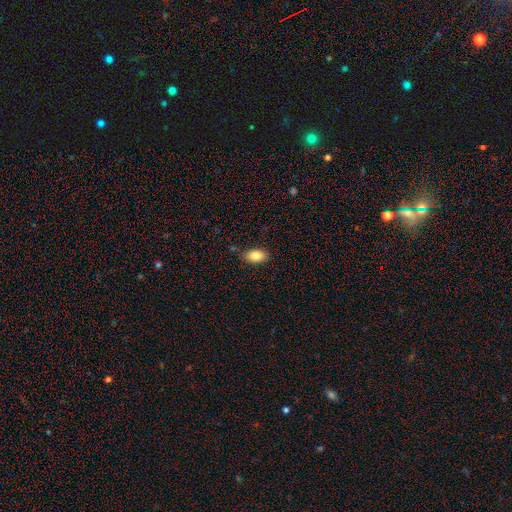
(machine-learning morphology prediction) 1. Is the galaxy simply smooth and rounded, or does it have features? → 85% smooth, 8% star or artifact, 7% featured or disk.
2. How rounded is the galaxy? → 91% in between, 6% round, 2% cigar-shaped.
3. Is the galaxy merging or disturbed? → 83% none, 13% minor disturbance, 3% major disturbance, 2% merger.